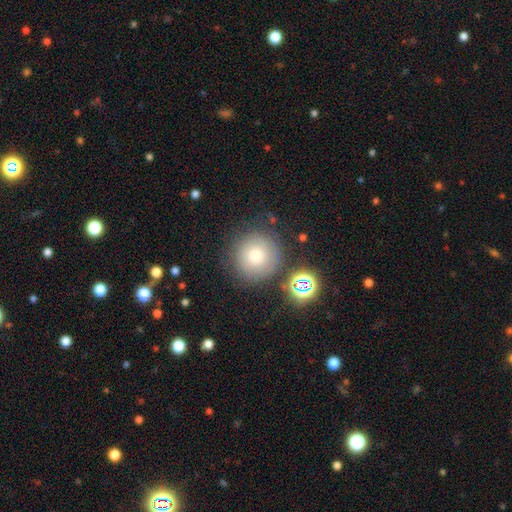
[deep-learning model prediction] Smooth or featured: smooth — 70% (star or artifact — 17%)
How rounded: round — 94% (in between — 5%)
Merging: none — 80% (minor disturbance — 11%)